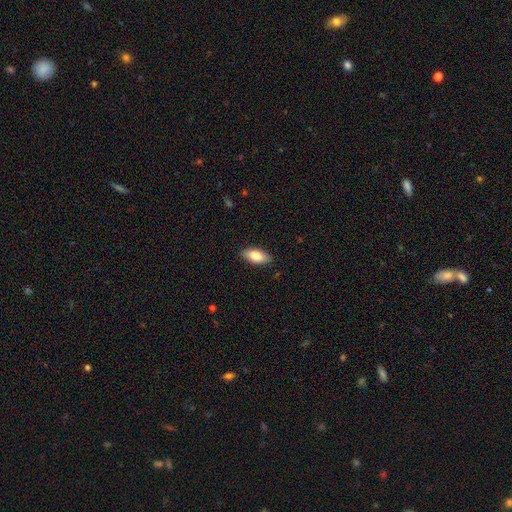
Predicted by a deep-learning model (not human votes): Overall: smooth (82%). How rounded: in between (87%). Merging: none (88%).